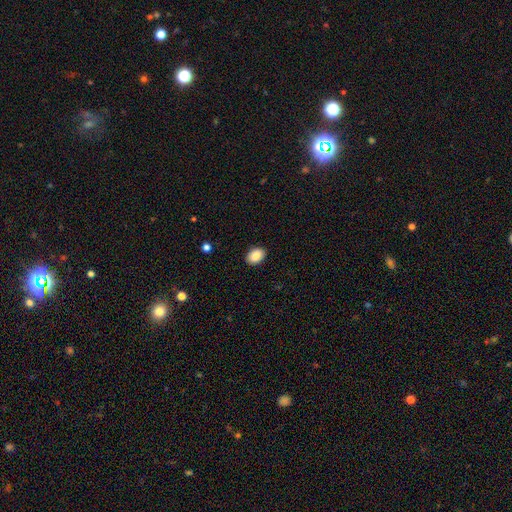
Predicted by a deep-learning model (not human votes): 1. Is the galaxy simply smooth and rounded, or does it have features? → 88% smooth, 7% star or artifact, 5% featured or disk.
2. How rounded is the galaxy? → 81% in between, 18% round, 1% cigar-shaped.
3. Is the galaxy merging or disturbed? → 90% none, 7% minor disturbance, 2% major disturbance, 1% merger.